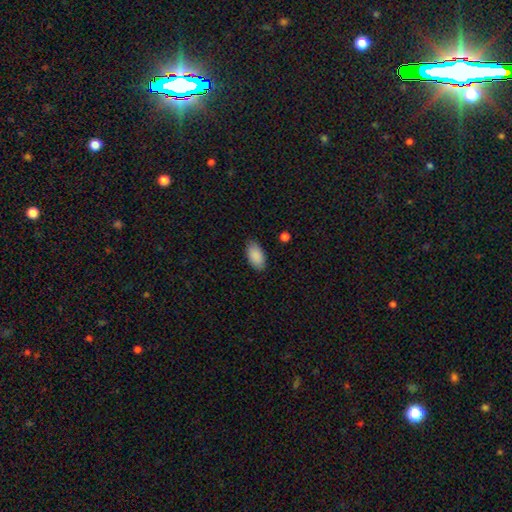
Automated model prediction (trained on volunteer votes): A smooth galaxy with no disk features (90%) that is in between round and cigar-shaped (95%).

Vote fractions:
- Smooth or featured? smooth: 90% / star or artifact: 6% / featured or disk: 4%
- How rounded? in between: 95% / round: 3% / cigar-shaped: 2%
- Merging? none: 84% / minor disturbance: 12% / major disturbance: 3% / merger: 1%